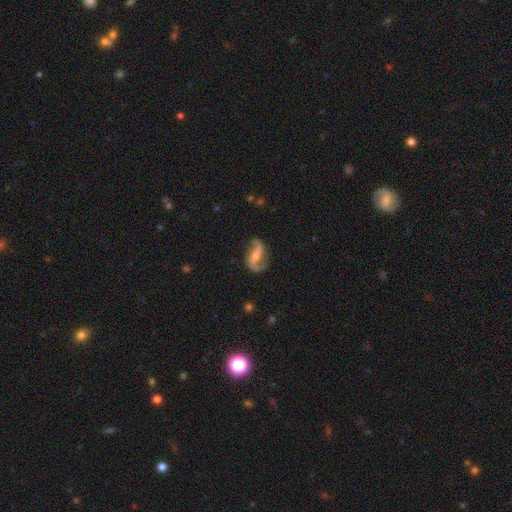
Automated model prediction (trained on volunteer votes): smooth_or_featured: featured or disk (p=0.86) [alt: smooth p=0.09]
disk_edge_on: no (p=0.97) [alt: yes p=0.03]
bar: weak (p=0.39) [alt: strong p=0.31]
has_spiral_arms: yes (p=0.95) [alt: no p=0.05]
spiral_winding: loose (p=0.76) [alt: medium p=0.19]
spiral_arm_count: 2 (p=0.92) [alt: 1 p=0.03]
bulge_size: small (p=0.46) [alt: moderate p=0.38]
merging: none (p=0.73) [alt: minor disturbance p=0.16]